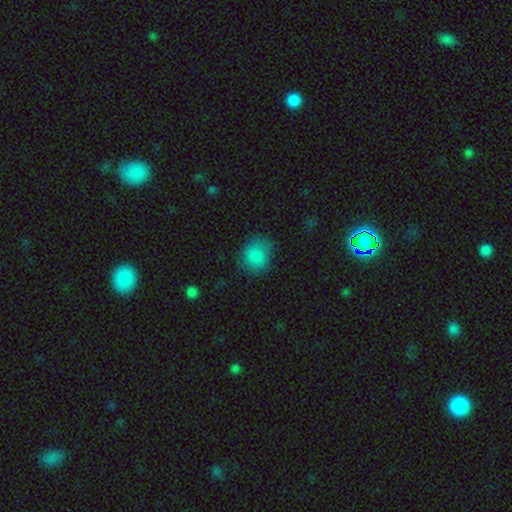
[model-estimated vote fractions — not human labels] Smooth or featured: smooth — 84% (star or artifact — 9%)
How rounded: round — 67% (in between — 32%)
Merging: none — 71% (minor disturbance — 21%)